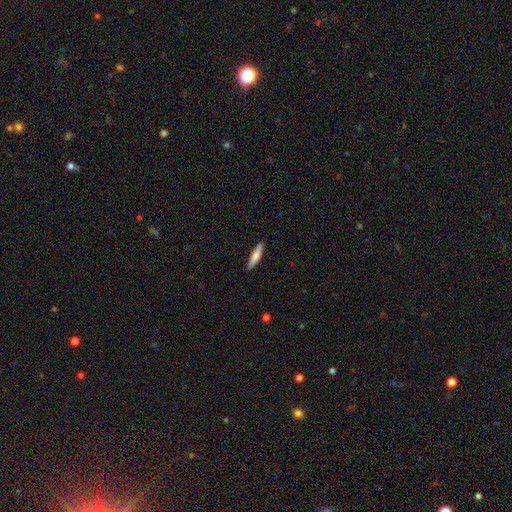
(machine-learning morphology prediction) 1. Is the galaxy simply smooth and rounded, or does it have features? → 71% smooth, 24% featured or disk, 5% star or artifact.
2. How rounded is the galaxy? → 85% cigar-shaped, 14% in between, 1% round.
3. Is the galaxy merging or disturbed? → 90% none, 7% minor disturbance, 2% major disturbance, 1% merger.